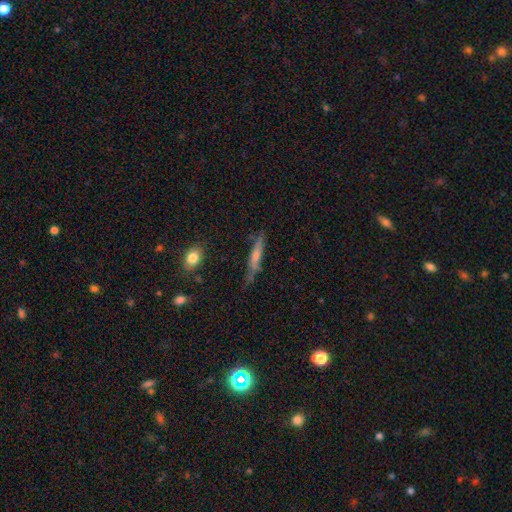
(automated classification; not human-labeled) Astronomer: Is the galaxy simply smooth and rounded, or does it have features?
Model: featured or disk — 46% (runner-up: smooth, 44%).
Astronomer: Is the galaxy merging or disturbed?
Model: none — 71%.